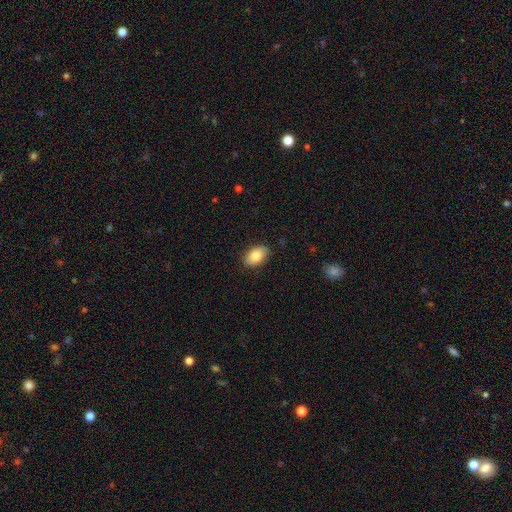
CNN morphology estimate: This appears to be a smooth galaxy with no disk features (84%) that is in between round and cigar-shaped (91%). Merging: none (86%).